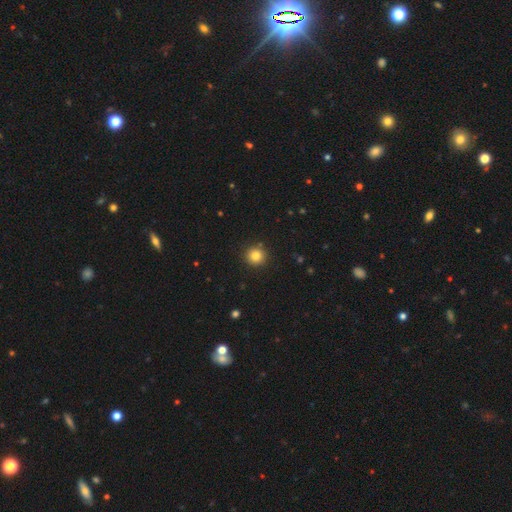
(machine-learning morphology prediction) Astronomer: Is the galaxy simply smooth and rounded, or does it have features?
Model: smooth — 83%.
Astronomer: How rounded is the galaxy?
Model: round — 94%.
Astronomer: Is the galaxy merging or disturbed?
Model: none — 91%.